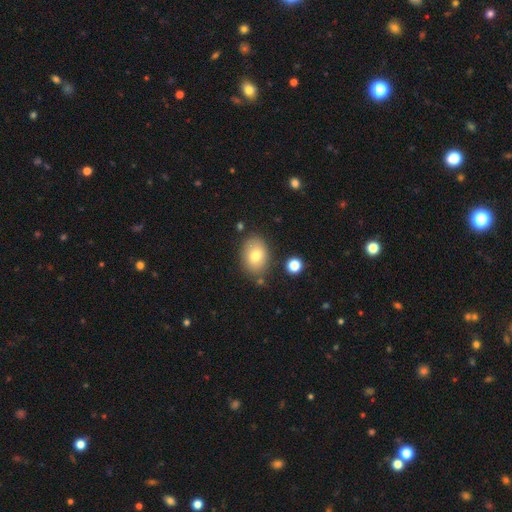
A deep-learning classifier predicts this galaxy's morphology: Smooth or featured: smooth — 77% (featured or disk — 14%)
How rounded: in between — 73% (round — 26%)
Merging: none — 79% (minor disturbance — 13%)